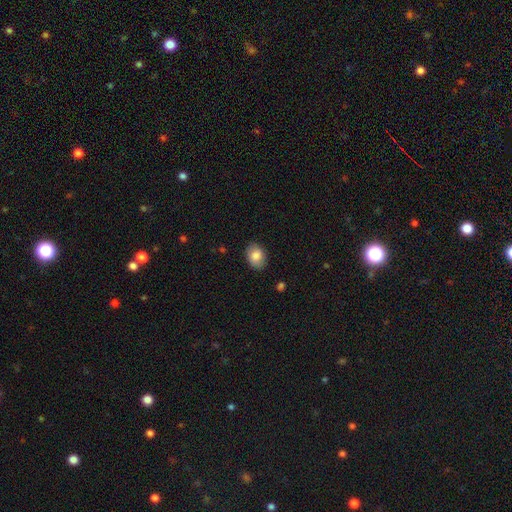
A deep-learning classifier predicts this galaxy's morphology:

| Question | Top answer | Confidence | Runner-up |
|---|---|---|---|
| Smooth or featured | smooth | 84% | featured or disk (9%) |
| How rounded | in between | 75% | round (24%) |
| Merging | none | 85% | minor disturbance (11%) |